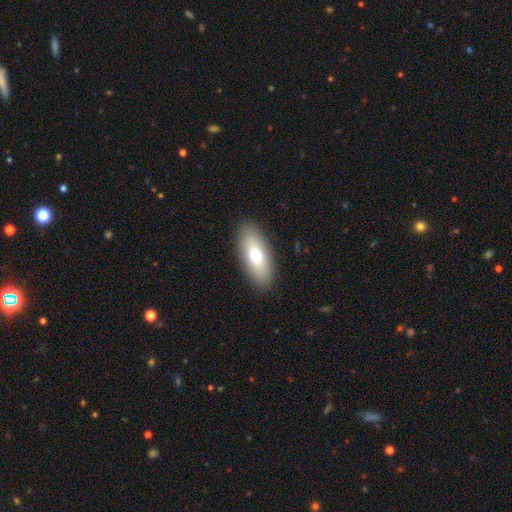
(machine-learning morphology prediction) The model was most divided on "smooth or featured": smooth: 71%, featured or disk: 22%, star or artifact: 7%. More confident: merging — none (89%); how rounded — in between (83%).